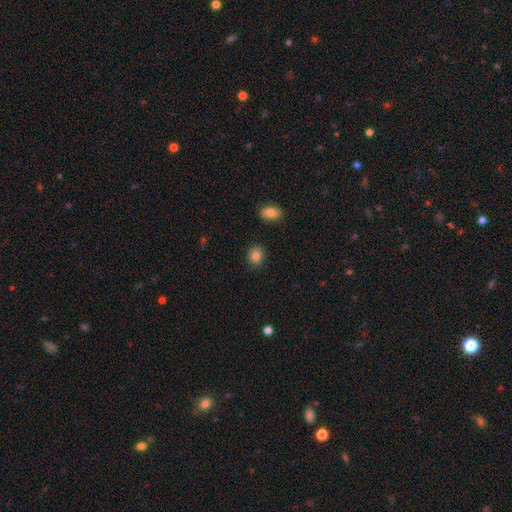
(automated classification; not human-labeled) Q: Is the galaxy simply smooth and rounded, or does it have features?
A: smooth — 86%.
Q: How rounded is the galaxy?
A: round — 71%.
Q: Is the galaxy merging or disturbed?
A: none — 87%.